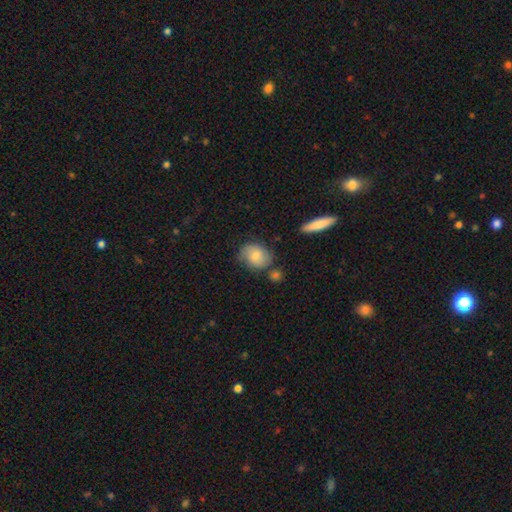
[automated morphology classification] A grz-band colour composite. It shows a smooth galaxy with no disk features (73%) that is in between round and cigar-shaped (51%). Merging: none (64%).